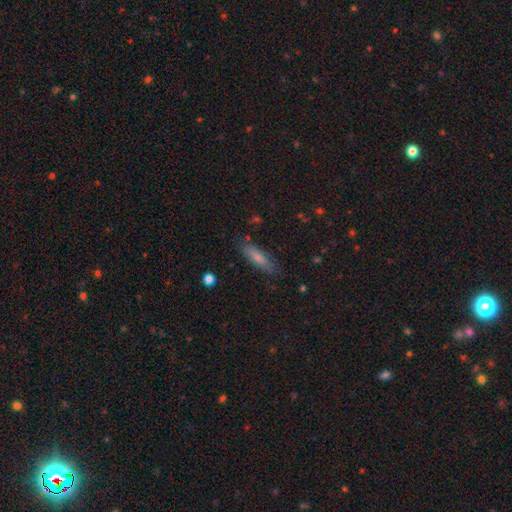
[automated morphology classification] Smooth or featured? smooth (66%)
How rounded? cigar-shaped (66%)
Merging? none (84%)